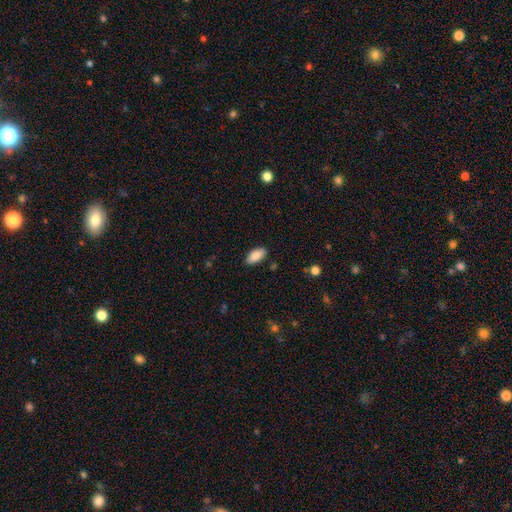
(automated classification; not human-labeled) A smooth galaxy with no disk features (88%) that is in between round and cigar-shaped (91%). Merging: none (87%).